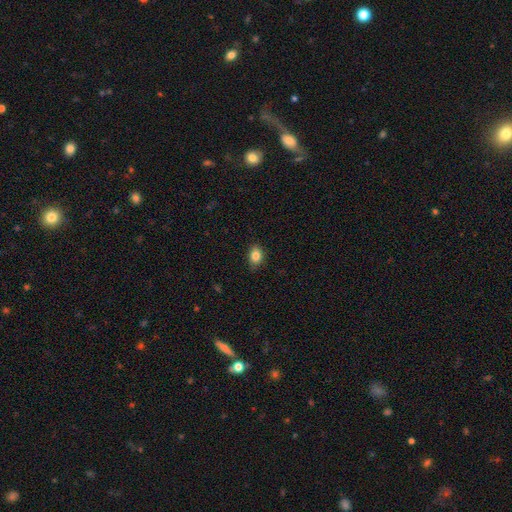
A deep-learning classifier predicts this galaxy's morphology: Overall: smooth (85%). How rounded: in between (70%). Merging: none (84%).